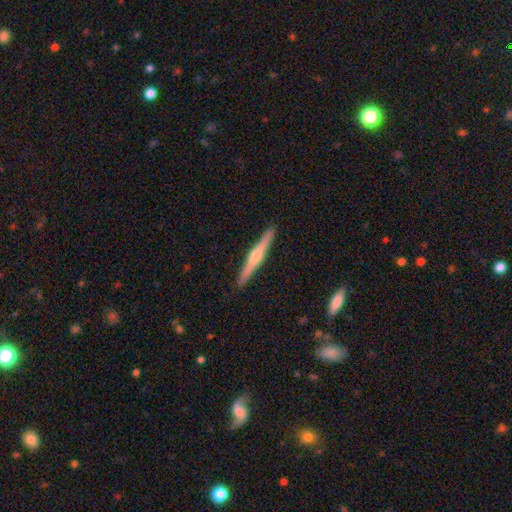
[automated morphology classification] smooth-or-featured: featured or disk: 61% | smooth: 34% | star or artifact: 5%
  disk-edge-on: yes: 98% | no: 2%
    edge-on-bulge: rounded: 75% | none: 15% | boxy: 10%
  merging: none: 91% | minor disturbance: 6% | major disturbance: 1% | merger: 1%